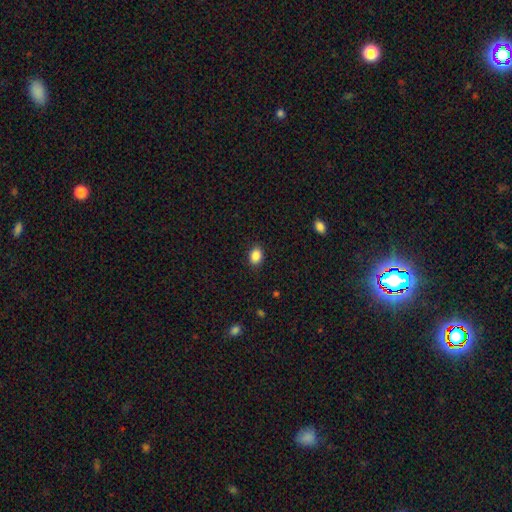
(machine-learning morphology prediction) type=smooth (87%); roundness=in between (68%); merging=none (88%).